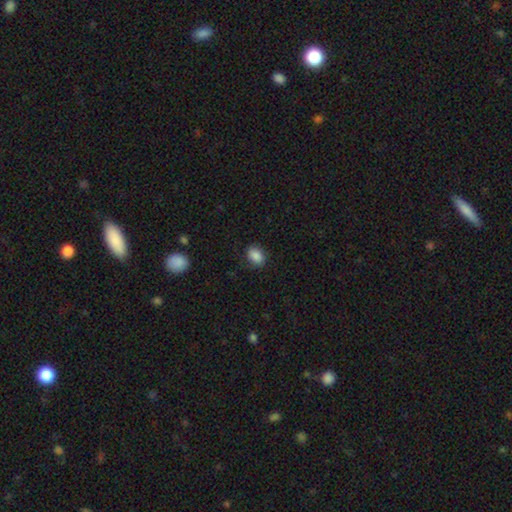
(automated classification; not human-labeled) Smooth or featured?
  - smooth: 87% *
  - star or artifact: 9%
  - featured or disk: 5%
How rounded?
  - in between: 70% *
  - round: 28%
  - cigar-shaped: 1%
Merging?
  - none: 81% *
  - minor disturbance: 15%
  - major disturbance: 4%
  - merger: 1%